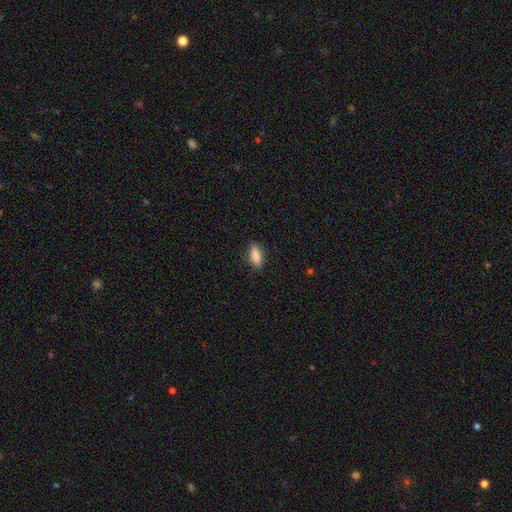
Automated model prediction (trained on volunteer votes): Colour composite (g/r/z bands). It shows a smooth galaxy with no disk features (85%) that is in between round and cigar-shaped (70%). Merging: none (86%).